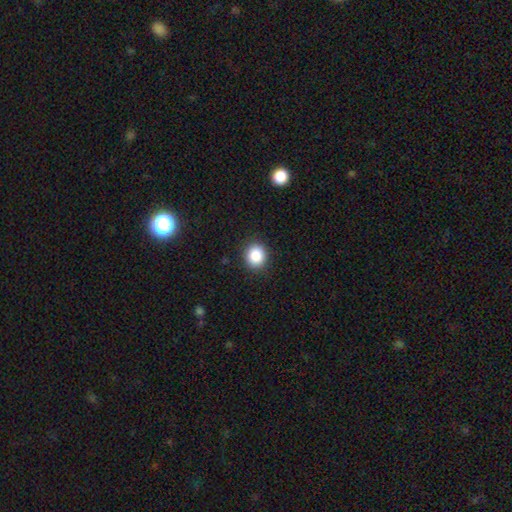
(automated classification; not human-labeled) This is clearly a smooth galaxy (86%). How rounded: clearly round (82%). Merging: clearly none (90%).